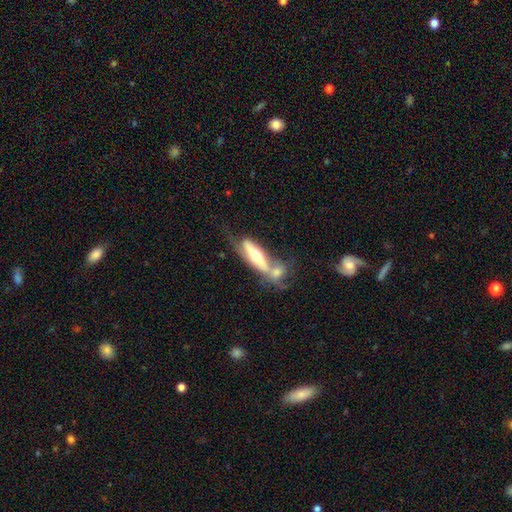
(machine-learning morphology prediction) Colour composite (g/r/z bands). It shows a featured or disk galaxy (54%) viewed edge-on (65%). Merging: merger (50%).